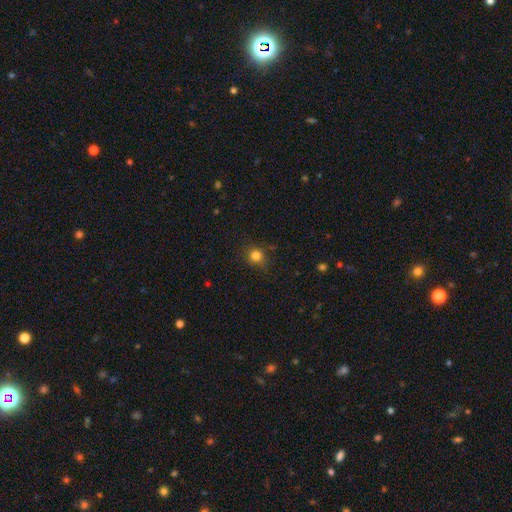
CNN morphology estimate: smooth_or_featured: smooth (p=0.81) [alt: star or artifact p=0.14]
how_rounded: round (p=0.87) [alt: in between p=0.12]
merging: none (p=0.82) [alt: minor disturbance p=0.13]